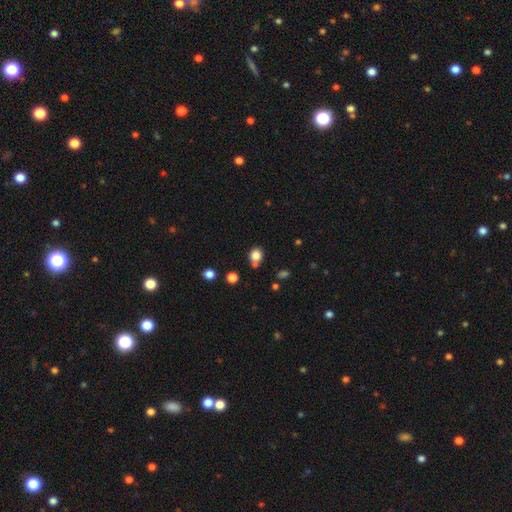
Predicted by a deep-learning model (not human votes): The model was most divided on "merging": none: 62%, merger: 17%, minor disturbance: 16%, major disturbance: 5%. More confident: smooth or featured — smooth (82%); how rounded — round (73%).